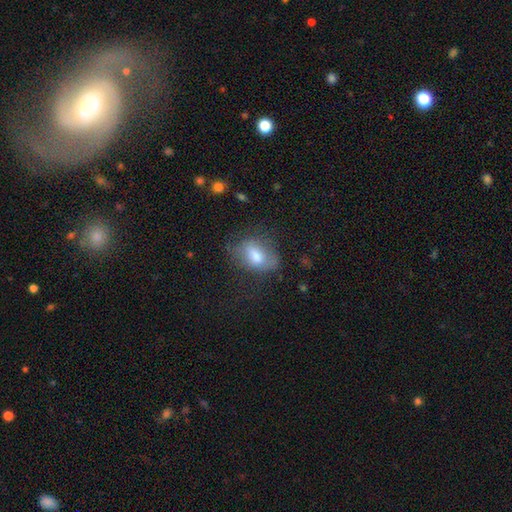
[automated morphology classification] This appears to be a smooth galaxy with no disk features (65%) that is in between round and cigar-shaped (81%). Merging: none (55%).